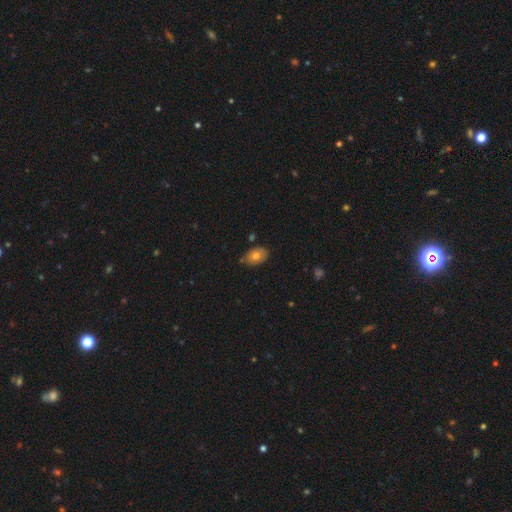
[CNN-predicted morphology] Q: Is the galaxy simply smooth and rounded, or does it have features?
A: smooth — 76%.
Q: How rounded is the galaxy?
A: in between — 84%.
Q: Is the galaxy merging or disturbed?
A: none — 76%.